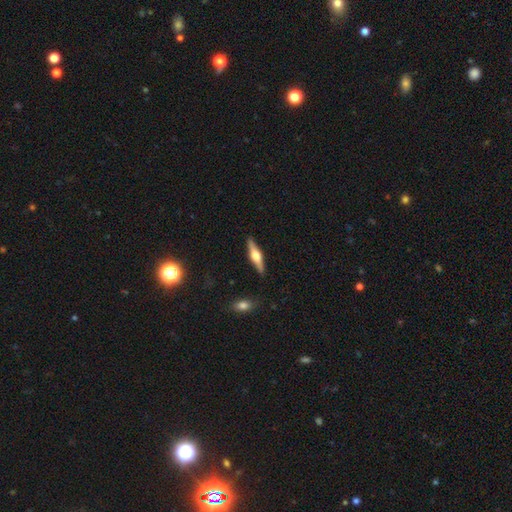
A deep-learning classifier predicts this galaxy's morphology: smooth-or-featured: featured or disk: 68% | smooth: 27% | star or artifact: 5%
  disk-edge-on: yes: 97% | no: 3%
    edge-on-bulge: rounded: 92% | boxy: 6% | none: 2%
  merging: none: 89% | minor disturbance: 8% | major disturbance: 2% | merger: 1%